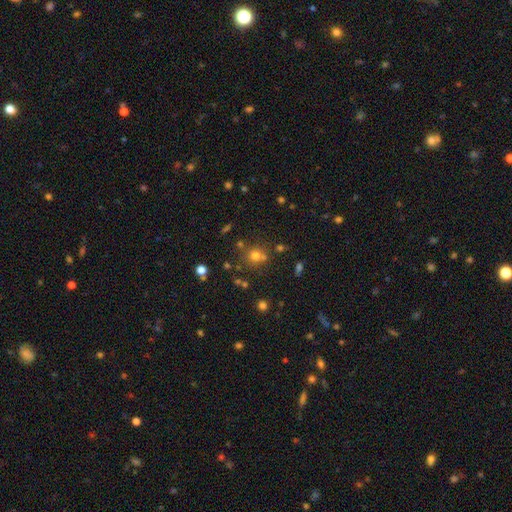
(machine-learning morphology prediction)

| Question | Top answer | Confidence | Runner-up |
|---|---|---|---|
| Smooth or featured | smooth | 66% | star or artifact (23%) |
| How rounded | round | 88% | in between (11%) |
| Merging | none | 66% | merger (20%) |